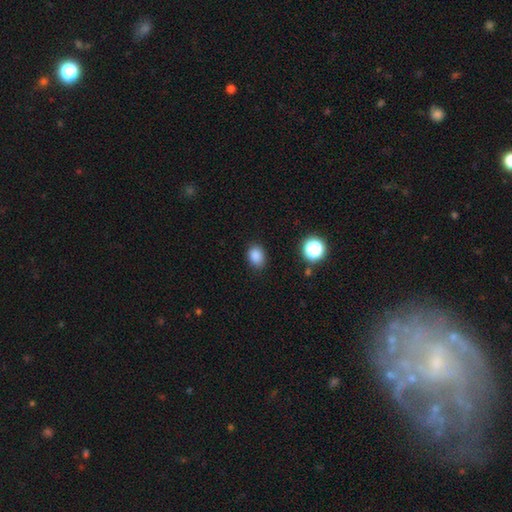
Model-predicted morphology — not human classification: Smooth or featured: smooth — 85% (star or artifact — 12%)
How rounded: in between — 61% (round — 38%)
Merging: none — 83% (minor disturbance — 12%)